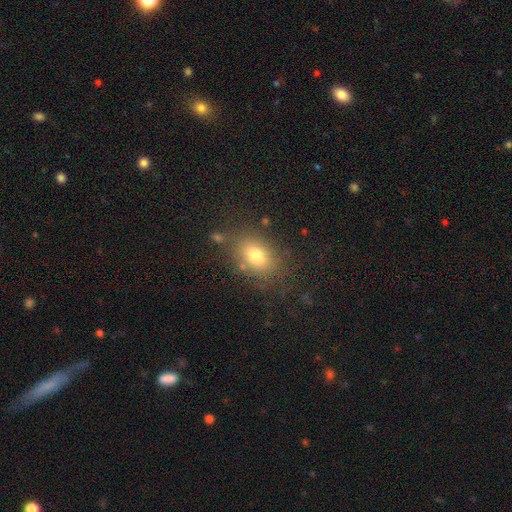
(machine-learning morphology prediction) A smooth galaxy with no disk features (76%) that is in between round and cigar-shaped (76%). Merging: none (77%).